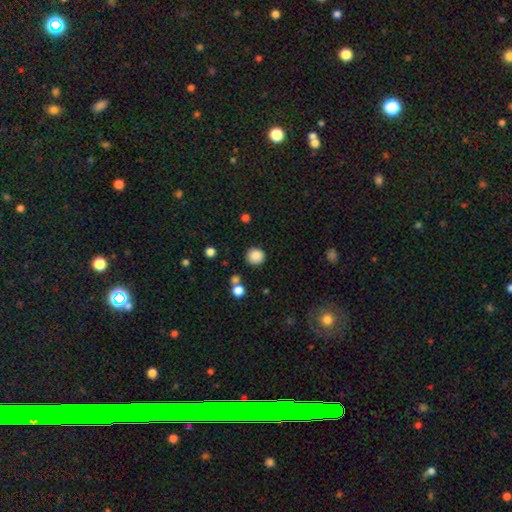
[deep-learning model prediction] A smooth galaxy with no disk features (86%) that is round (91%).

Vote fractions:
- Smooth or featured? smooth: 86% / star or artifact: 10% / featured or disk: 4%
- How rounded? round: 91% / in between: 8% / cigar-shaped: 1%
- Merging? none: 86% / minor disturbance: 8% / merger: 4% / major disturbance: 3%